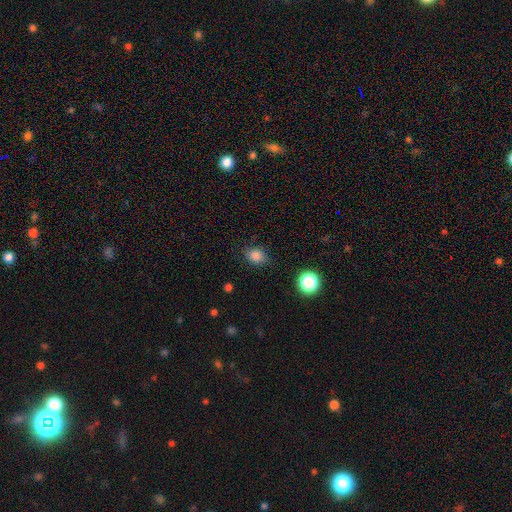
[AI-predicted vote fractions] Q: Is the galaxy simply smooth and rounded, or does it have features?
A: smooth — 83%.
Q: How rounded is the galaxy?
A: round — 50%.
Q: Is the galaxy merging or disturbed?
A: none — 80%.